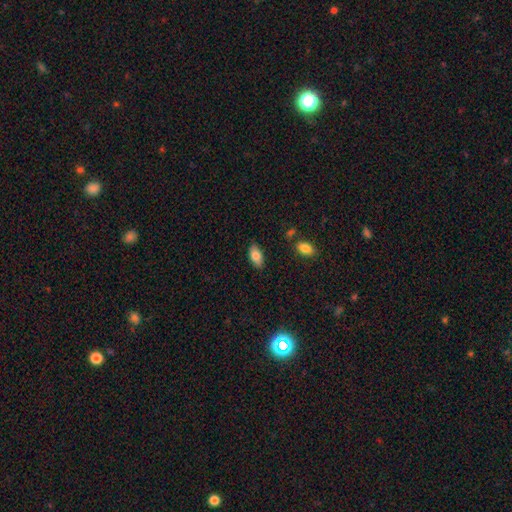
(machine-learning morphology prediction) smooth_or_featured: smooth (p=0.80) [alt: featured or disk p=0.13]
how_rounded: in between (p=0.92) [alt: cigar-shaped p=0.05]
merging: none (p=0.84) [alt: minor disturbance p=0.12]